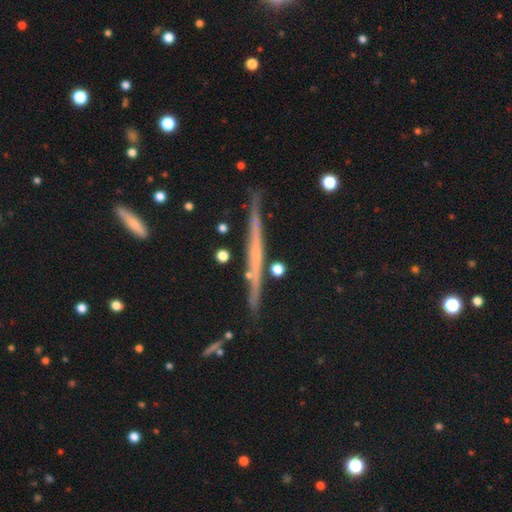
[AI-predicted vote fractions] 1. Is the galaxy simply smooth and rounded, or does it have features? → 65% featured or disk, 28% smooth, 7% star or artifact.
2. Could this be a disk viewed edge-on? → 97% yes, 3% no.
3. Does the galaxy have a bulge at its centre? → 81% none, 13% rounded, 6% boxy.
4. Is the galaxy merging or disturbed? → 84% none, 11% minor disturbance, 3% merger, 2% major disturbance.